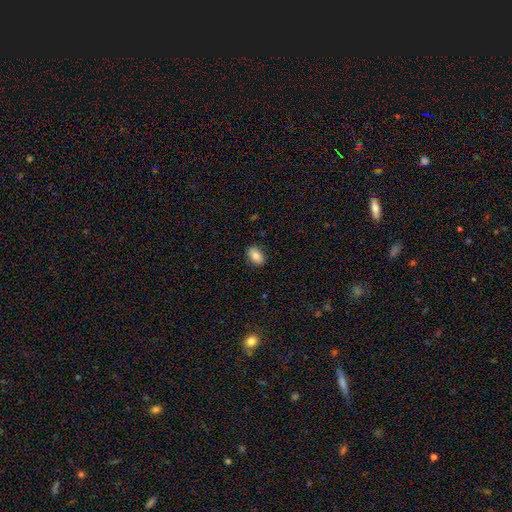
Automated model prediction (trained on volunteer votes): Smooth or featured? Predicted: smooth (p=0.82). How rounded? Predicted: in between (p=0.88). Merging? Predicted: none (p=0.87).